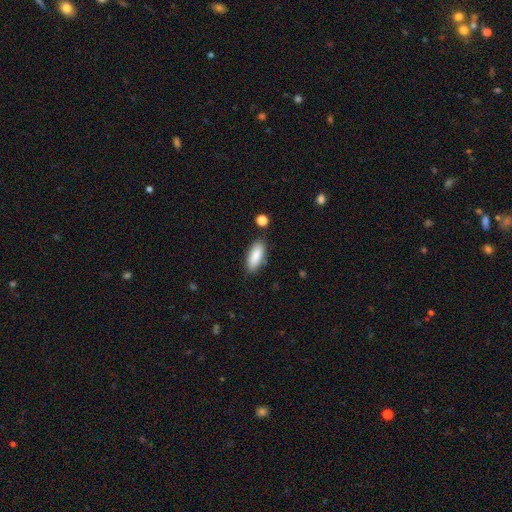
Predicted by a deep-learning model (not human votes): Overall: smooth (87%). How rounded: in between (79%). Merging: none (82%).